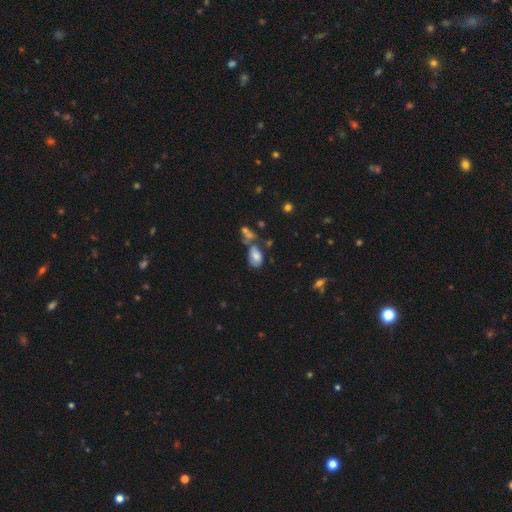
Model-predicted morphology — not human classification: Smooth or featured?
  - smooth: 68% *
  - featured or disk: 21%
  - star or artifact: 11%
How rounded?
  - in between: 90% *
  - round: 8%
  - cigar-shaped: 2%
Merging?
  - none: 38% *
  - merger: 29%
  - minor disturbance: 21%
  - major disturbance: 12%